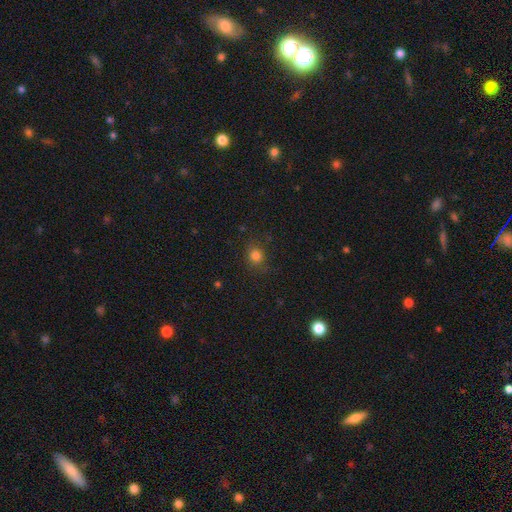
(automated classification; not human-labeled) Q: Smooth or featured?
A: smooth (80%); runner-up: star or artifact (15%)
Q: How rounded?
A: round (78%); runner-up: in between (21%)
Q: Merging?
A: none (82%); runner-up: minor disturbance (12%)